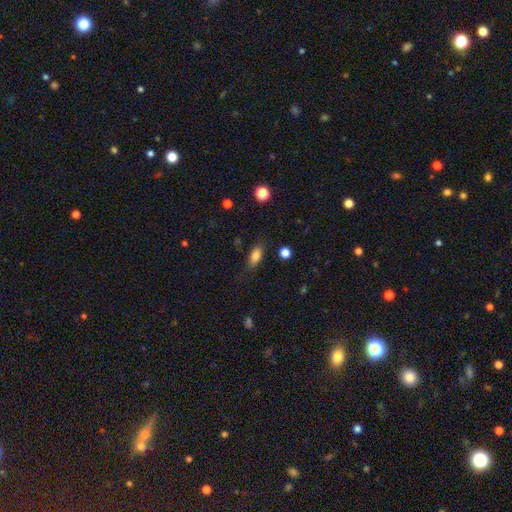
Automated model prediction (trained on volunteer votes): Smooth or featured?
  - smooth: 80% *
  - featured or disk: 11%
  - star or artifact: 9%
How rounded?
  - in between: 80% *
  - cigar-shaped: 15%
  - round: 6%
Merging?
  - none: 77% *
  - minor disturbance: 16%
  - major disturbance: 5%
  - merger: 2%